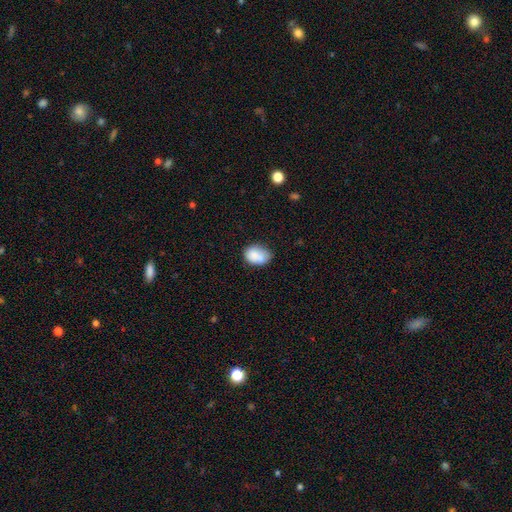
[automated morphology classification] smooth 79%, featured or disk 12%, star or artifact 8%. Down the decision tree: how rounded — in between (70%); merging — none (50%).